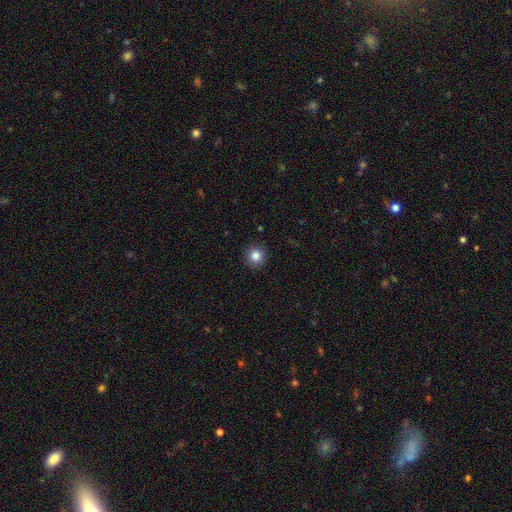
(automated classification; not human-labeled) Smooth or featured? Predicted: smooth (p=0.83). How rounded? Predicted: round (p=0.94). Merging? Predicted: none (p=0.92).